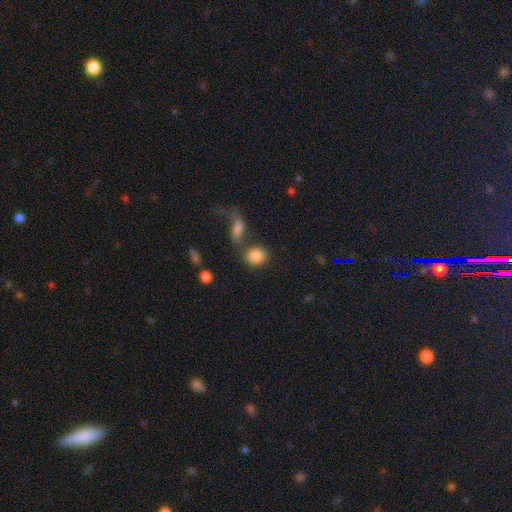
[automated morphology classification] Smooth or featured? Predicted: smooth (p=0.84). How rounded? Predicted: round (p=0.55). Merging? Predicted: none (p=0.53).